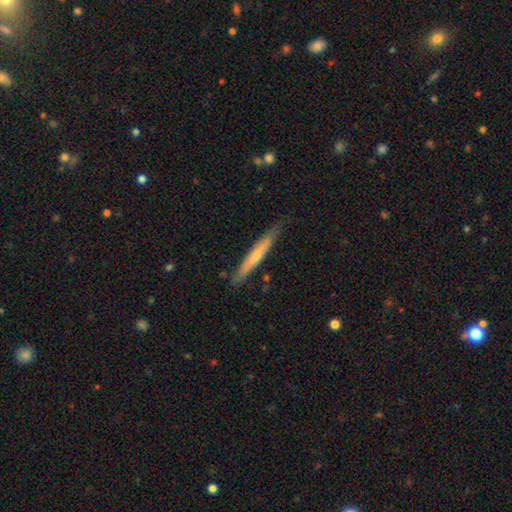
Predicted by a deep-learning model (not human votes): This appears to be a smooth galaxy with no disk features (50%) that is cigar-shaped (95%). Merging: none (80%).